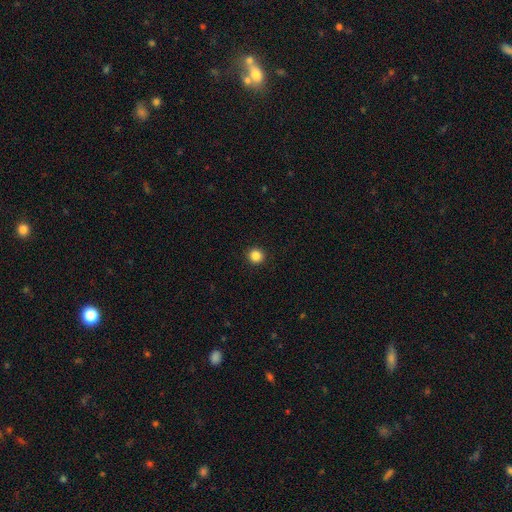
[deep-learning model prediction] This appears to be a smooth galaxy with no disk features (85%) that is round (95%). Merging: none (93%).